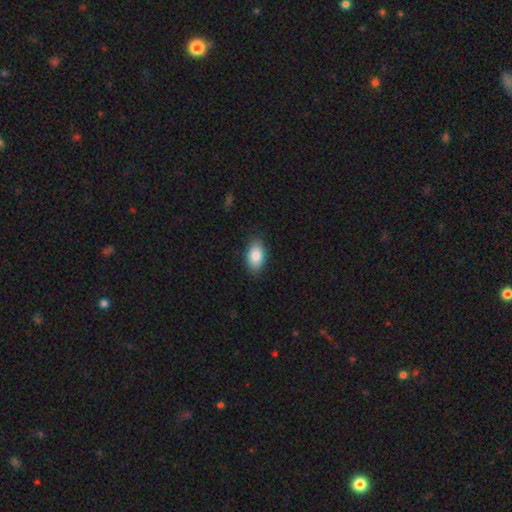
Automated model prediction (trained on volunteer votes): Q: Smooth or featured?
A: smooth (85%); runner-up: featured or disk (8%)
Q: How rounded?
A: in between (92%); runner-up: round (5%)
Q: Merging?
A: none (86%); runner-up: minor disturbance (11%)